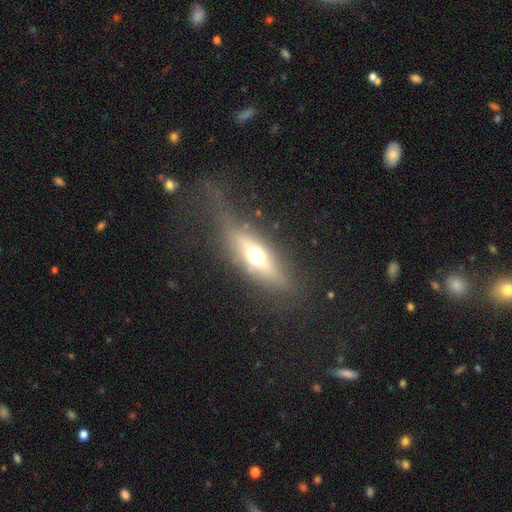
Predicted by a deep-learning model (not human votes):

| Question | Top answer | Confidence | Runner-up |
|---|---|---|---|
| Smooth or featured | featured or disk | 48% | smooth (43%) |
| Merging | none | 60% | minor disturbance (21%) |